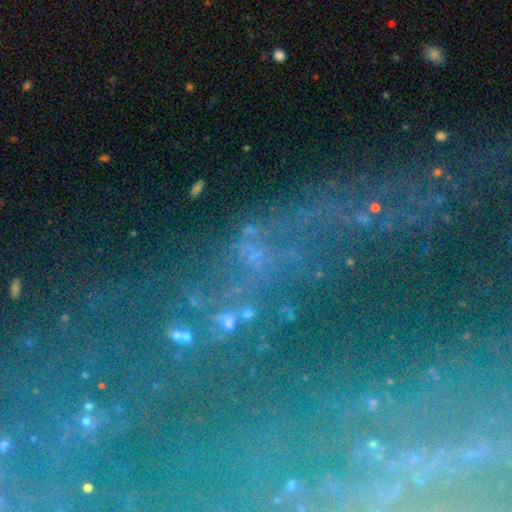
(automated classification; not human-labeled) Morphology: type=star or artifact (47%).